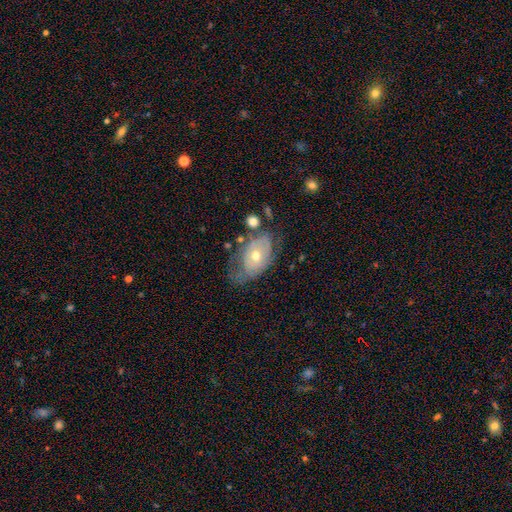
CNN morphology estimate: Smooth or featured?
  - featured or disk: 54% *
  - smooth: 38%
  - star or artifact: 8%
Edge-on disk?
  - no: 92% *
  - yes: 8%
Merging?
  - none: 44% *
  - minor disturbance: 29%
  - major disturbance: 21%
  - merger: 6%